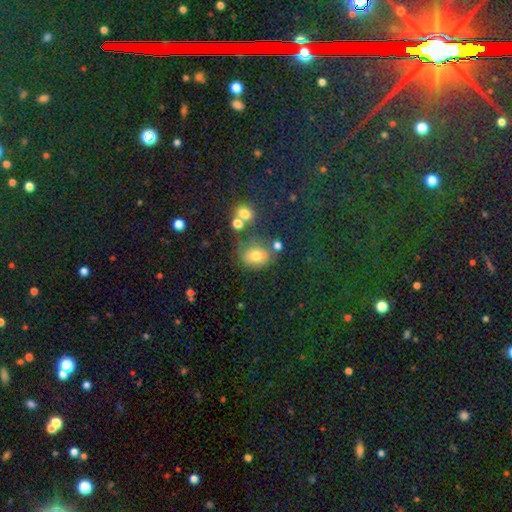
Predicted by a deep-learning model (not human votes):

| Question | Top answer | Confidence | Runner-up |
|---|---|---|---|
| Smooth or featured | smooth | 67% | featured or disk (17%) |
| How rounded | round | 59% | in between (40%) |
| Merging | none | 52% | merger (21%) |